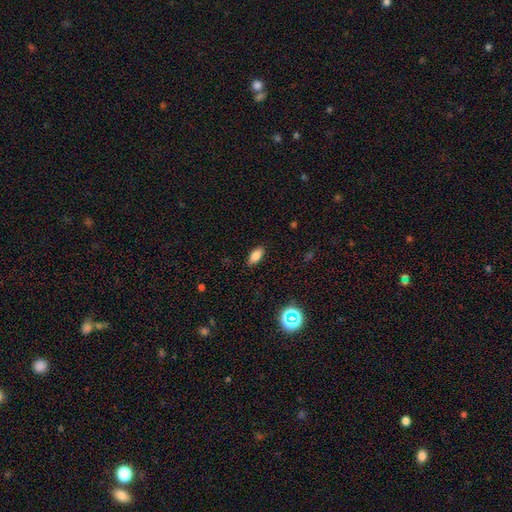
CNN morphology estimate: This appears to be a smooth galaxy with no disk features (83%) that is in between round and cigar-shaped (88%). Merging: none (87%).